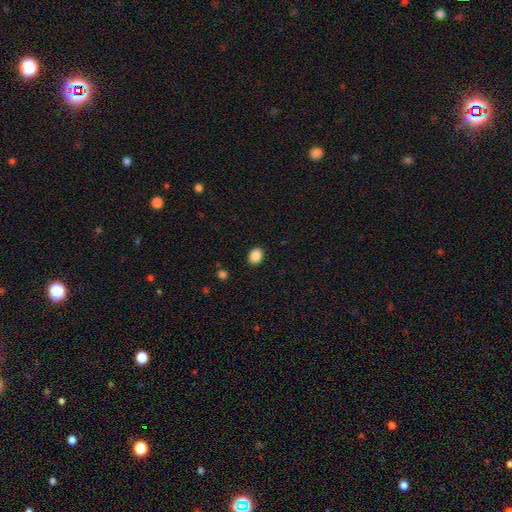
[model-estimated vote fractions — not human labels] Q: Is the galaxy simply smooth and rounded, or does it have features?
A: smooth — 87%.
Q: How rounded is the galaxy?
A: in between — 52%.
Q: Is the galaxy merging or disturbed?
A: none — 90%.